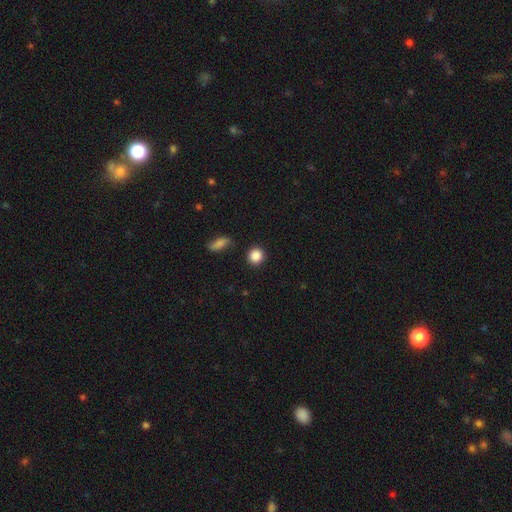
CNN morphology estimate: smooth 86%, star or artifact 9%, featured or disk 5%. Down the decision tree: how rounded — round (90%); merging — none (87%).